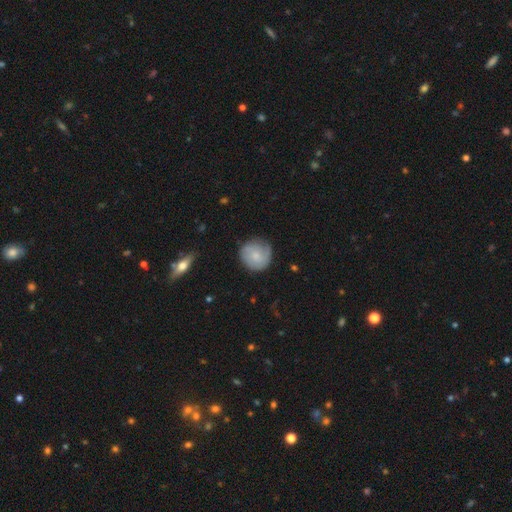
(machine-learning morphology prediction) The model was most divided on "smooth or featured": smooth: 63%, featured or disk: 31%, star or artifact: 6%. More confident: how rounded — round (92%); merging — none (75%).